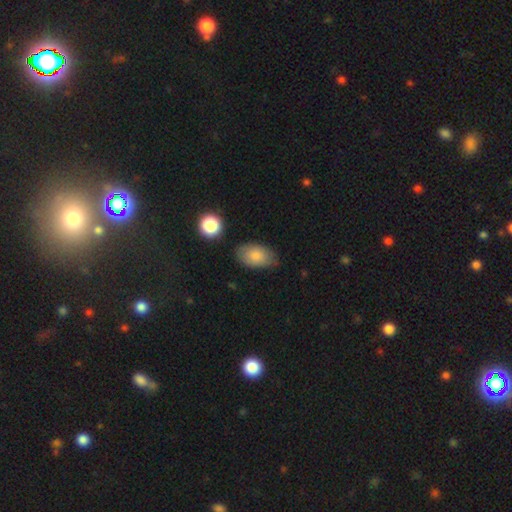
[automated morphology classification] Smooth or featured: smooth — 81% (featured or disk — 12%)
How rounded: in between — 90% (round — 8%)
Merging: none — 69% (minor disturbance — 23%)